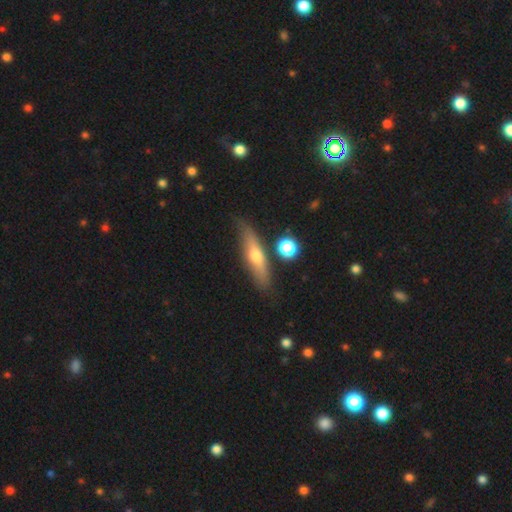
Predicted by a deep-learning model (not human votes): Smooth or featured?
  - featured or disk: 48% *
  - smooth: 46%
  - star or artifact: 7%
Merging?
  - none: 79% *
  - minor disturbance: 14%
  - merger: 4%
  - major disturbance: 3%